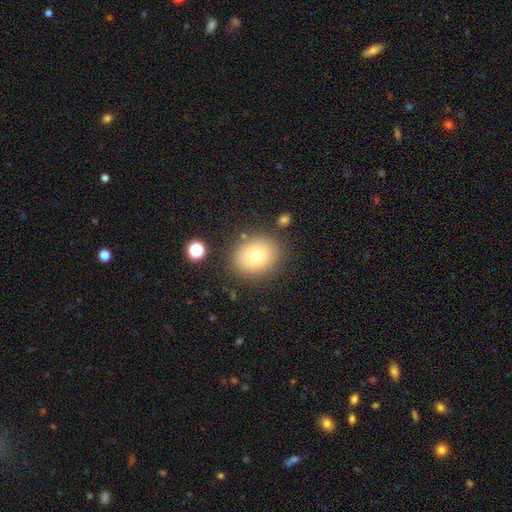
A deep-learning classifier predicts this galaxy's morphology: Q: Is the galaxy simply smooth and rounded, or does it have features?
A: smooth — 75%.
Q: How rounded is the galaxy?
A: round — 66%.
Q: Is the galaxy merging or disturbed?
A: none — 82%.